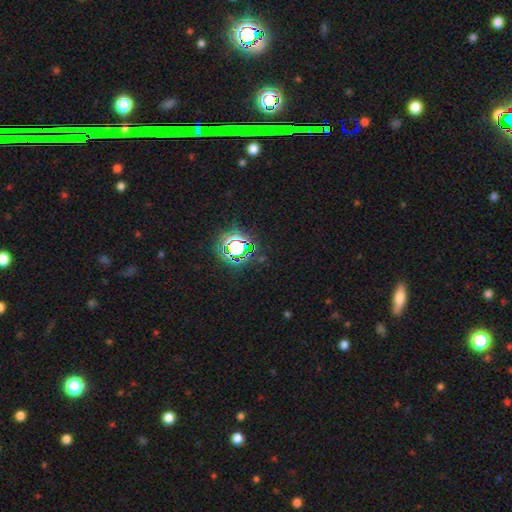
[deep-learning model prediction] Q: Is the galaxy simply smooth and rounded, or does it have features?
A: star or artifact — 78%.